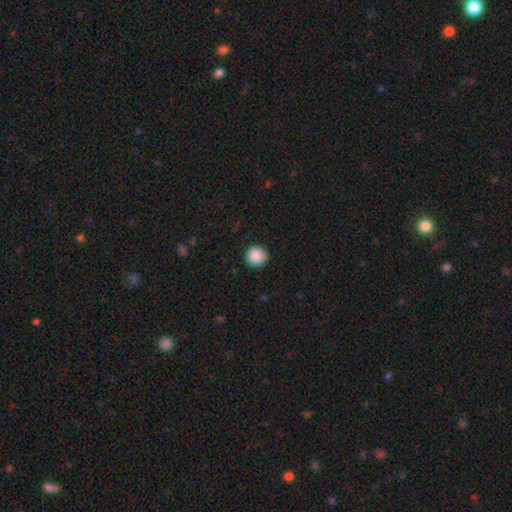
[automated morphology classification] Smooth or featured?
  - smooth: 89% *
  - star or artifact: 8%
  - featured or disk: 3%
How rounded?
  - round: 95% *
  - in between: 4%
  - cigar-shaped: 1%
Merging?
  - none: 90% *
  - minor disturbance: 7%
  - major disturbance: 2%
  - merger: 1%